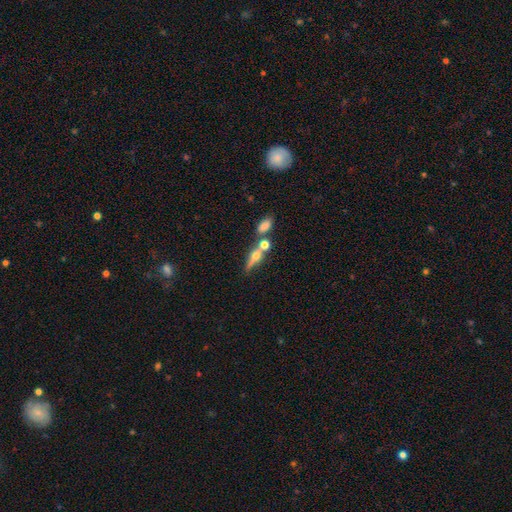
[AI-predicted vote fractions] Morphology: type=featured or disk (47%); merging=none (45%).